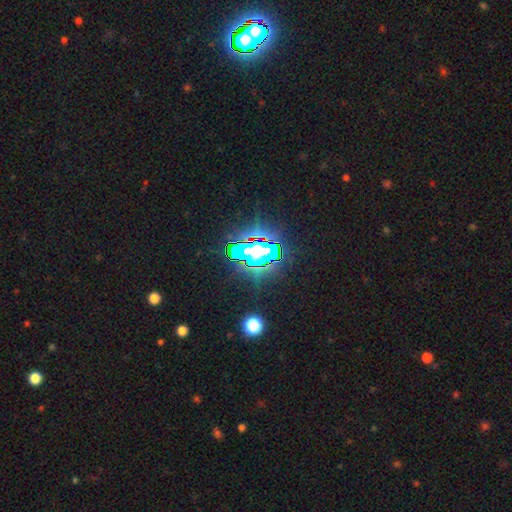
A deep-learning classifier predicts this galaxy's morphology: smooth_or_featured: star or artifact (p=0.78) [alt: smooth p=0.12]